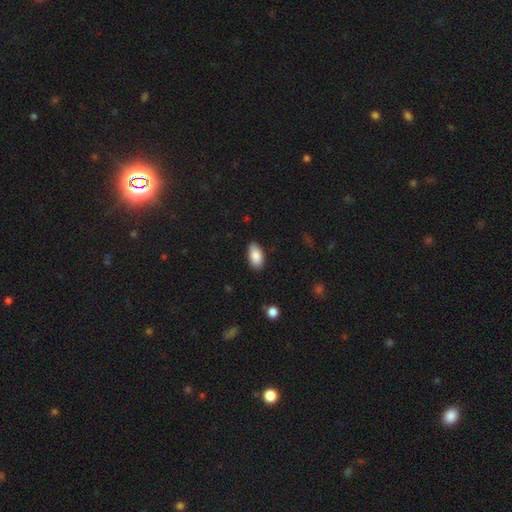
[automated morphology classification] Smooth or featured? Predicted: smooth (p=0.87). How rounded? Predicted: in between (p=0.94). Merging? Predicted: none (p=0.86).